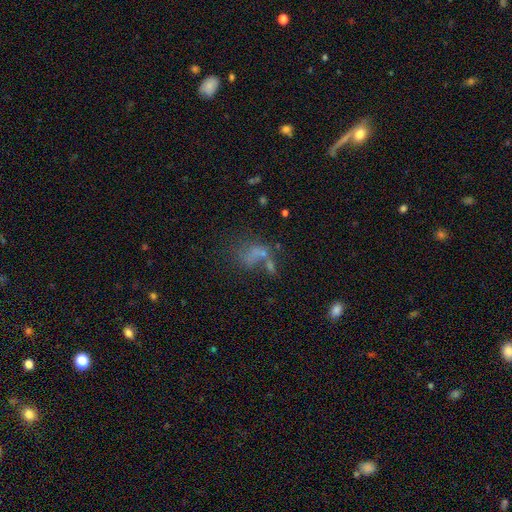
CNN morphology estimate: smooth-or-featured: smooth: 44% | star or artifact: 30% | featured or disk: 27%
  merging: none: 37% | major disturbance: 25% | merger: 22% | minor disturbance: 16%